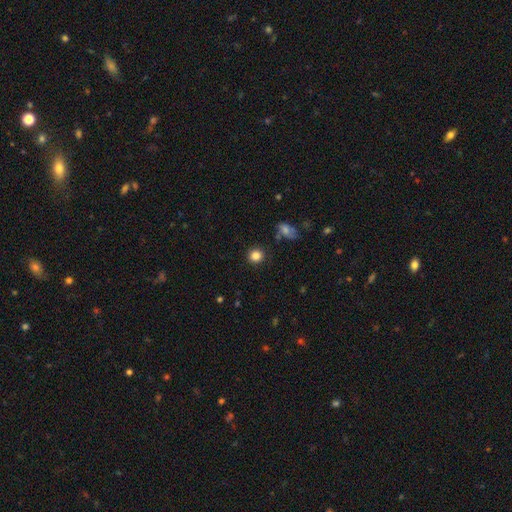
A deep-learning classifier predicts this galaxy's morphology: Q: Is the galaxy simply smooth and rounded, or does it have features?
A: smooth — 84%.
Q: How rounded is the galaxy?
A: round — 88%.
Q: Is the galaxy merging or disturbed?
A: none — 88%.